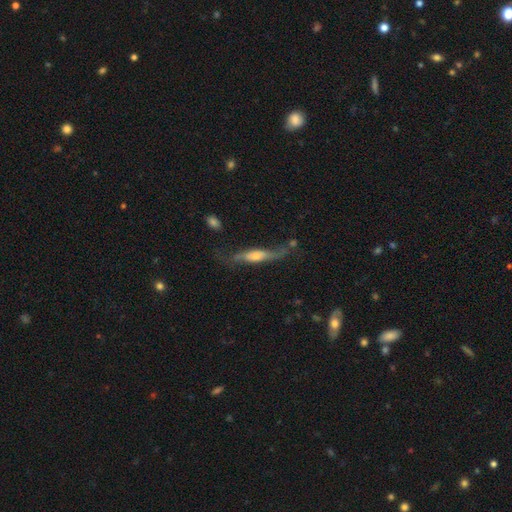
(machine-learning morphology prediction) featured or disk 58%, smooth 34%, star or artifact 8%. Down the decision tree: edge-on disk — yes (67%); merging — none (48%).